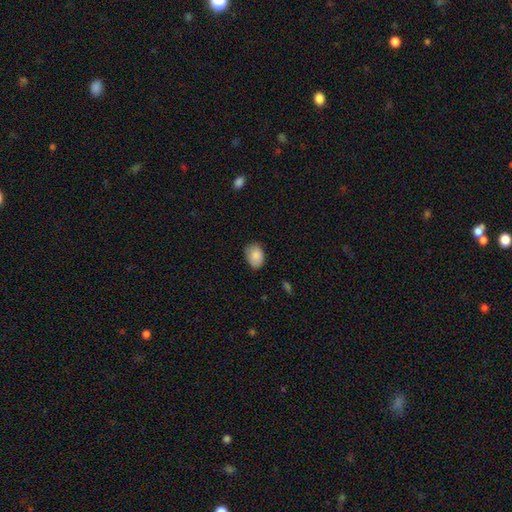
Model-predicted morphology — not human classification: type=smooth (87%); roundness=in between (77%); merging=none (77%).